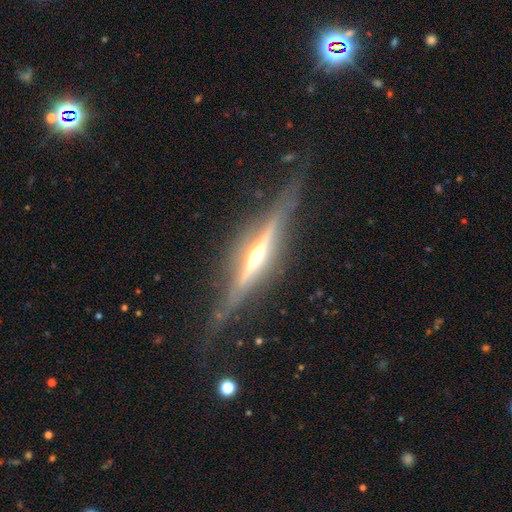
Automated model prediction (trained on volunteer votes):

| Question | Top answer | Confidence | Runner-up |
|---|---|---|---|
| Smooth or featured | featured or disk | 85% | smooth (9%) |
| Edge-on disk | yes | 96% | no (4%) |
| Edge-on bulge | rounded | 81% | boxy (10%) |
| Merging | none | 80% | minor disturbance (14%) |